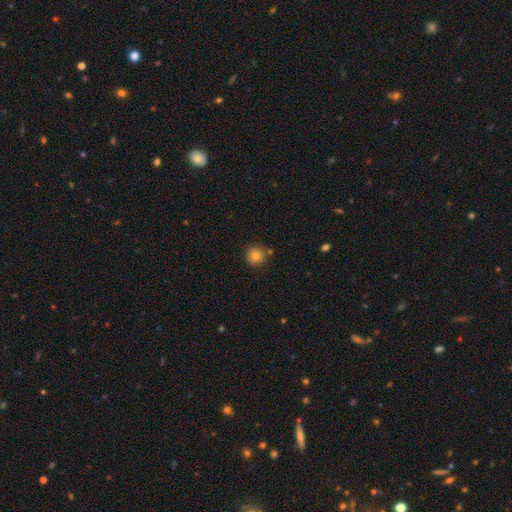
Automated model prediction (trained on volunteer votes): Overall: smooth (82%). How rounded: round (94%). Merging: none (81%).